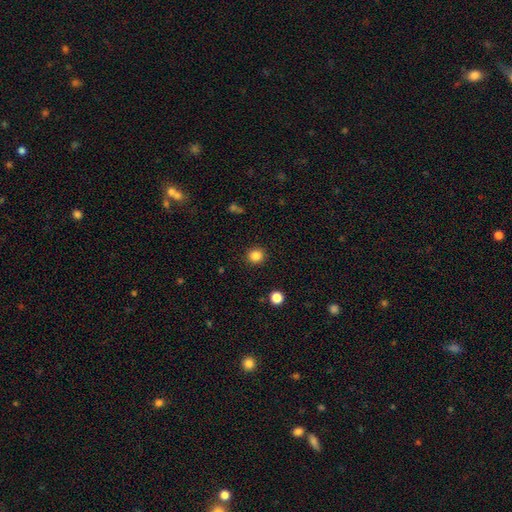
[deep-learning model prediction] A smooth galaxy with no disk features (85%) that is round (91%). Merging: none (92%).